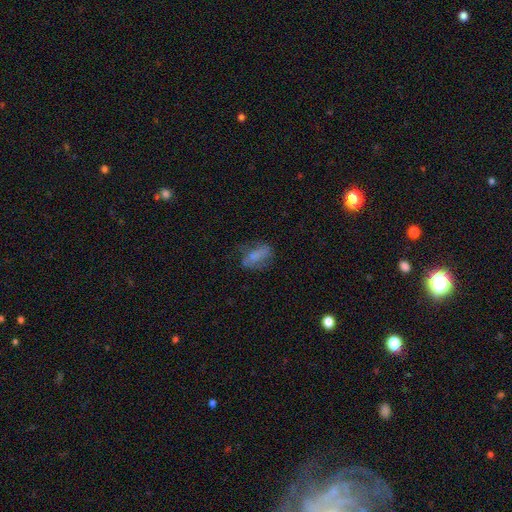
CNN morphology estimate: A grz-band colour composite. It shows a smooth galaxy with no disk features (58%) that is in between round and cigar-shaped (84%). Merging: none (53%).